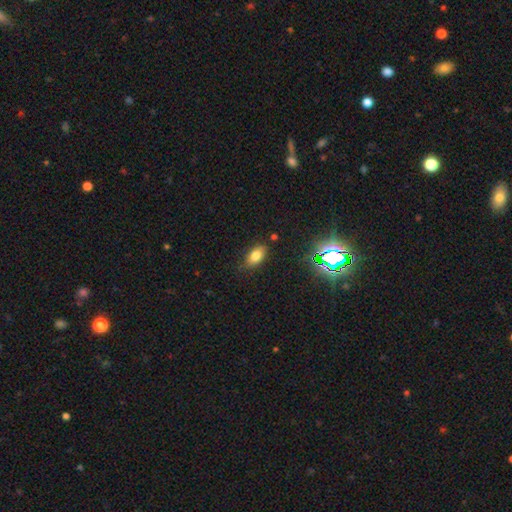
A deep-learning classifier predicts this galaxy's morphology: Smooth or featured?
  - smooth: 77% *
  - star or artifact: 14%
  - featured or disk: 10%
How rounded?
  - in between: 88% *
  - round: 7%
  - cigar-shaped: 5%
Merging?
  - none: 79% *
  - minor disturbance: 15%
  - major disturbance: 3%
  - merger: 2%